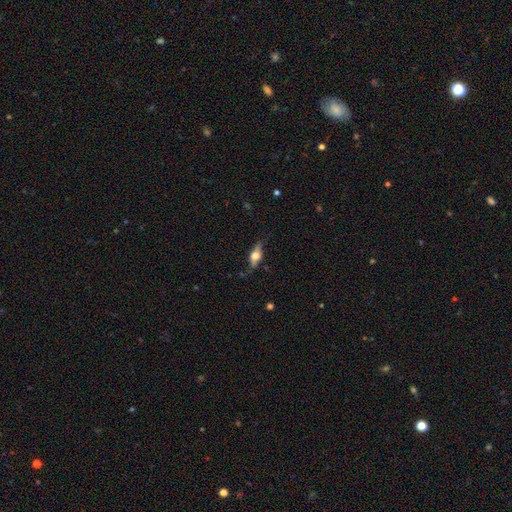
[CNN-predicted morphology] smooth-or-featured: featured or disk: 56% | smooth: 37% | star or artifact: 7%
  disk-edge-on: yes: 88% | no: 12%
  merging: none: 75% | minor disturbance: 18% | major disturbance: 5% | merger: 2%